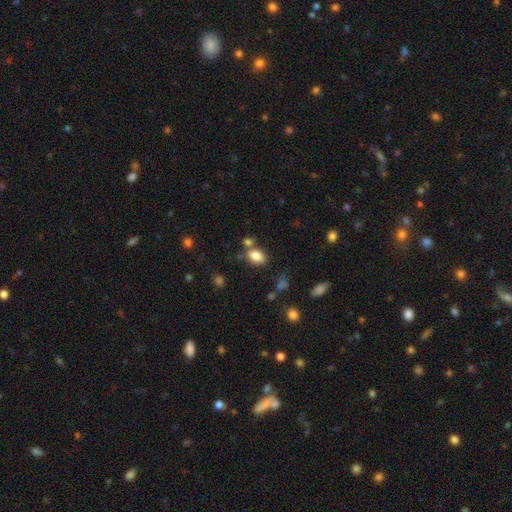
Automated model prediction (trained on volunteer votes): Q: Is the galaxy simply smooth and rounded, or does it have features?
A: smooth — 84%.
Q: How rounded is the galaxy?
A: in between — 84%.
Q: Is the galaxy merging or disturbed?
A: none — 65%.